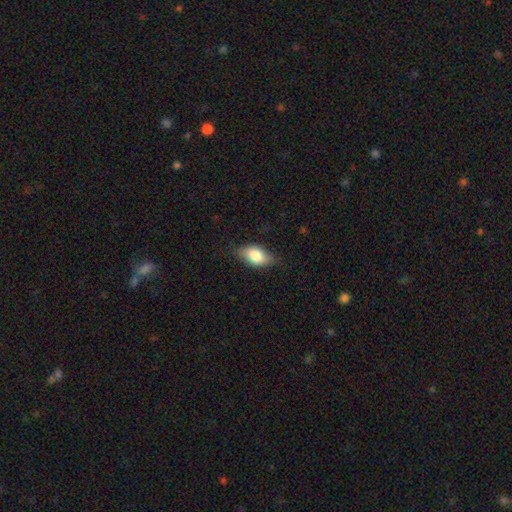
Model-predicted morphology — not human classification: Smooth or featured: smooth — 74% (featured or disk — 19%)
How rounded: in between — 87% (round — 7%)
Merging: none — 76% (minor disturbance — 19%)